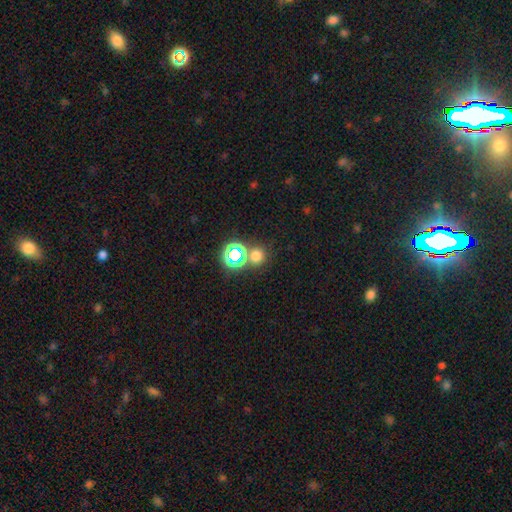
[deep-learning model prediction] A smooth galaxy with no disk features (64%) that is round (88%).

Vote fractions:
- Smooth or featured? smooth: 64% / star or artifact: 29% / featured or disk: 7%
- How rounded? round: 88% / in between: 11% / cigar-shaped: 1%
- Merging? none: 71% / merger: 18% / minor disturbance: 7% / major disturbance: 3%